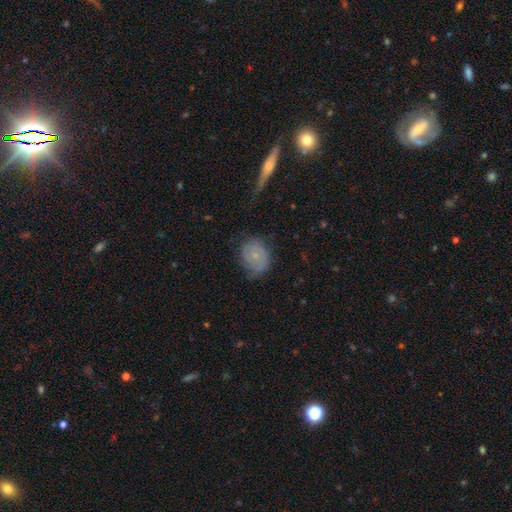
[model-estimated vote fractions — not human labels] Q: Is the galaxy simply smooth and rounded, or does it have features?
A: smooth — 54%.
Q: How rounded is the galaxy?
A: round — 57%.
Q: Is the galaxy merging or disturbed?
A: none — 53%.